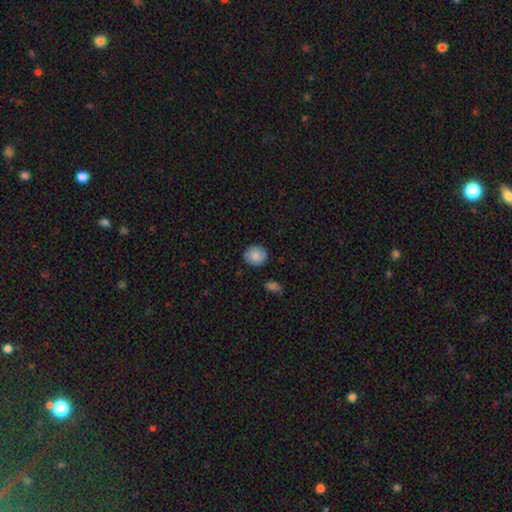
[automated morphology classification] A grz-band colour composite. It shows a smooth galaxy with no disk features (87%) that is round (81%). Merging: none (85%).